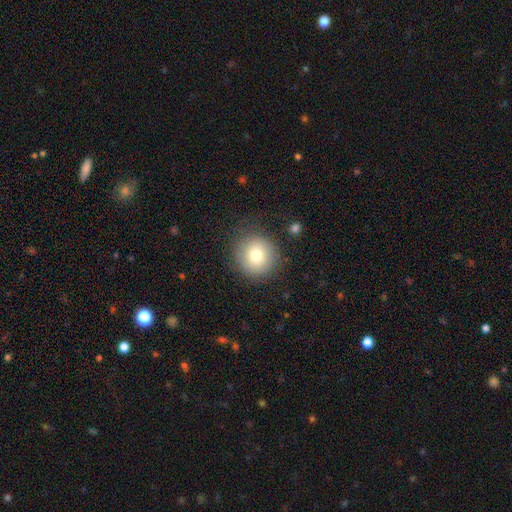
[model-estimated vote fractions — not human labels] This is likely a smooth galaxy (76%). How rounded: clearly round (91%). Merging: clearly none (83%).